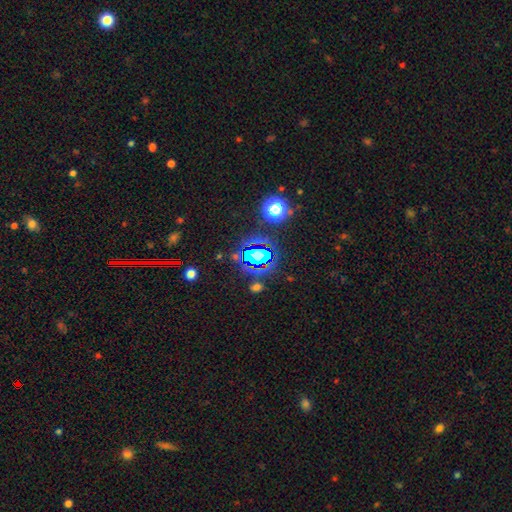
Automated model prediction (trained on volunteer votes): Morphology: type=star or artifact (70%).